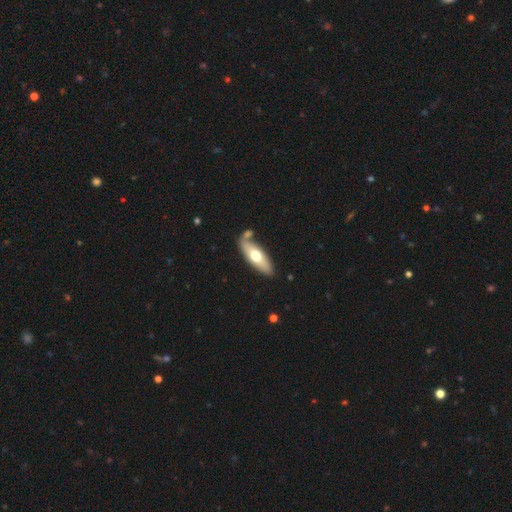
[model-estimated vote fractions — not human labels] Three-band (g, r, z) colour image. It shows a smooth galaxy with no disk features (56%) that is in between round and cigar-shaped (59%). Merging: none (69%).